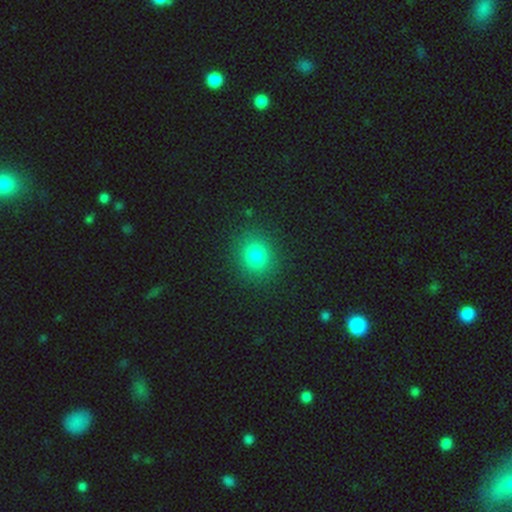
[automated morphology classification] type=smooth (79%); roundness=round (70%); merging=none (89%).